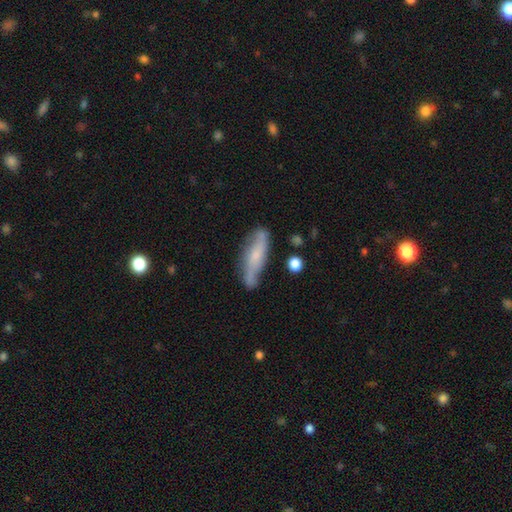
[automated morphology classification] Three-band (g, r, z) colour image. It shows a featured or disk galaxy (52%). Merging: none (68%).